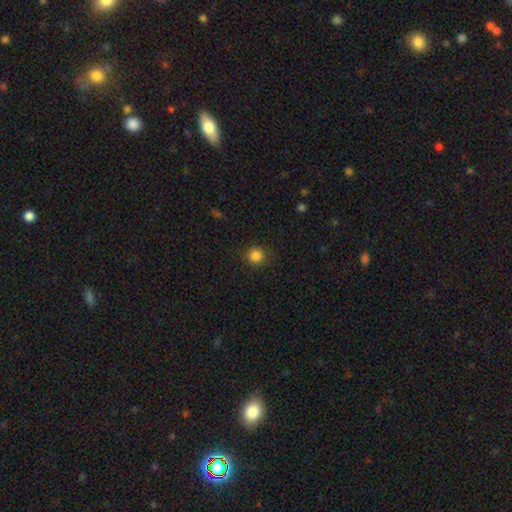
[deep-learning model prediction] A smooth galaxy with no disk features (85%) that is round (93%). Merging: none (89%).